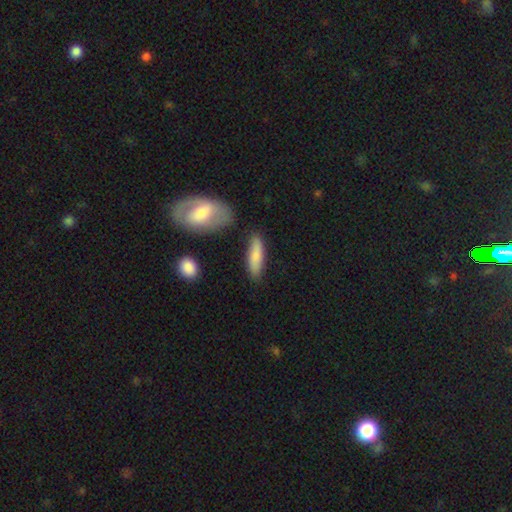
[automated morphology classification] Q: Smooth or featured?
A: smooth (77%); runner-up: featured or disk (17%)
Q: How rounded?
A: cigar-shaped (57%); runner-up: in between (40%)
Q: Merging?
A: none (78%); runner-up: minor disturbance (14%)